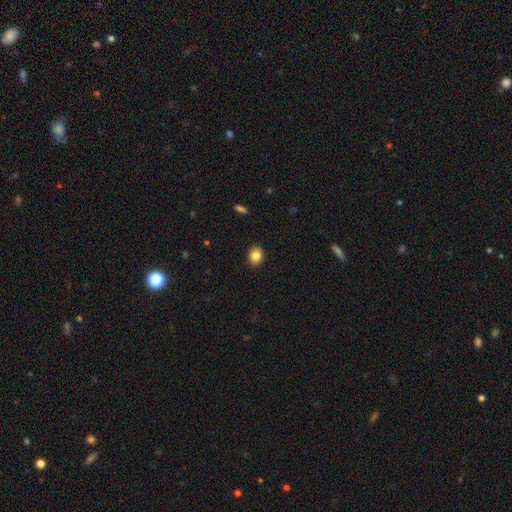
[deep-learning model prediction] smooth-or-featured: smooth: 84% | star or artifact: 9% | featured or disk: 7%
  how-rounded: round: 55% | in between: 45% | cigar-shaped: 1%
  merging: none: 91% | minor disturbance: 6% | major disturbance: 2% | merger: 1%